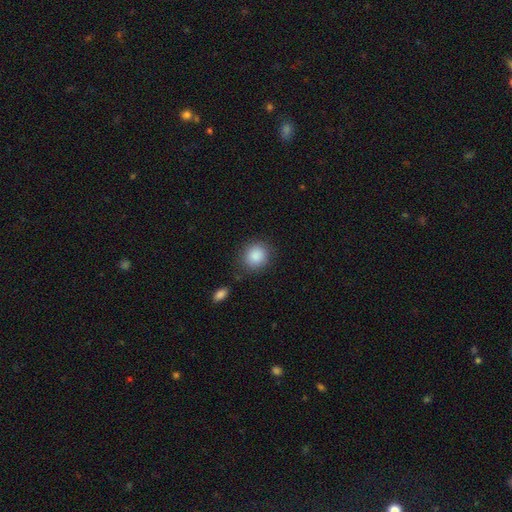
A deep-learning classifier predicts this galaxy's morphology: Overall: smooth (88%). How rounded: round (85%). Merging: none (84%).